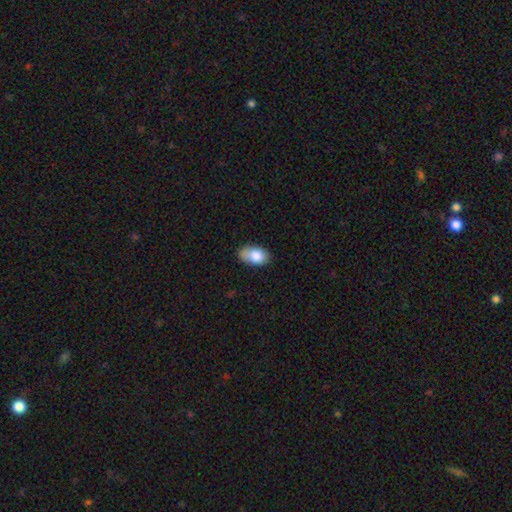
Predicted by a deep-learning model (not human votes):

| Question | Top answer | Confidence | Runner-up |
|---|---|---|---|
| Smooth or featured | smooth | 83% | featured or disk (9%) |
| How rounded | in between | 91% | round (8%) |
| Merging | none | 68% | minor disturbance (25%) |